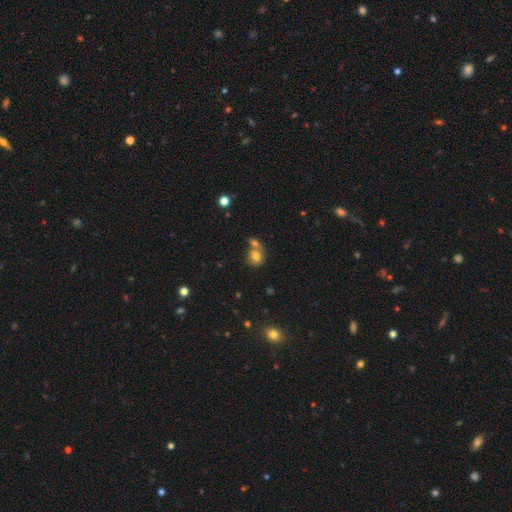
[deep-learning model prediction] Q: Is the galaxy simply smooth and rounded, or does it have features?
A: smooth — 78%.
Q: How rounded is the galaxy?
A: round — 58%.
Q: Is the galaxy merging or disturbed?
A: merger — 44%.